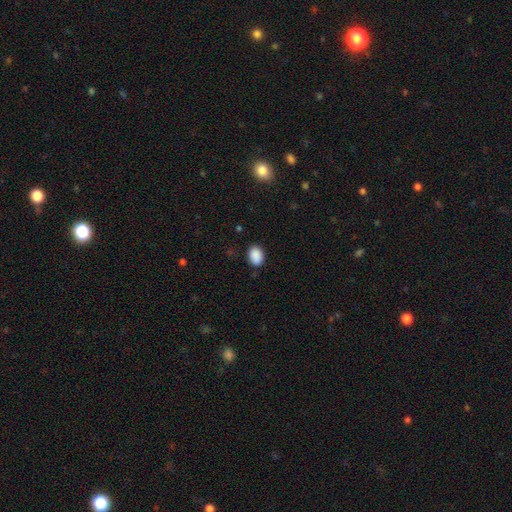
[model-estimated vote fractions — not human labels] smooth 89%, star or artifact 8%, featured or disk 3%. Down the decision tree: how rounded — in between (78%); merging — none (85%).